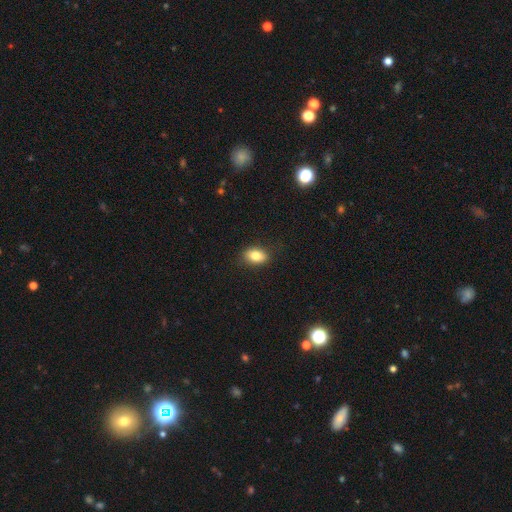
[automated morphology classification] A smooth galaxy with no disk features (83%) that is in between round and cigar-shaped (84%). Merging: none (85%).